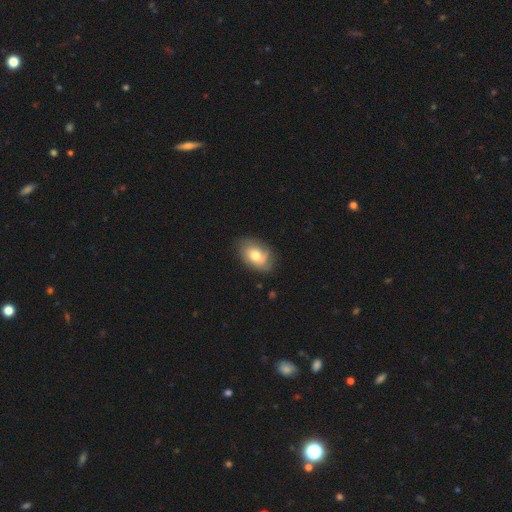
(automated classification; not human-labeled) Smooth or featured? smooth (56%)
How rounded? in between (84%)
Merging? none (70%)